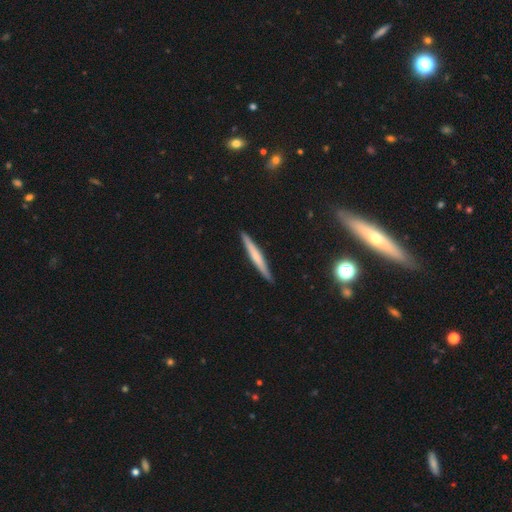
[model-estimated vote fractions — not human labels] Smooth or featured: smooth — 51% (featured or disk — 42%)
How rounded: cigar-shaped — 96% (in between — 3%)
Merging: none — 91% (minor disturbance — 7%)